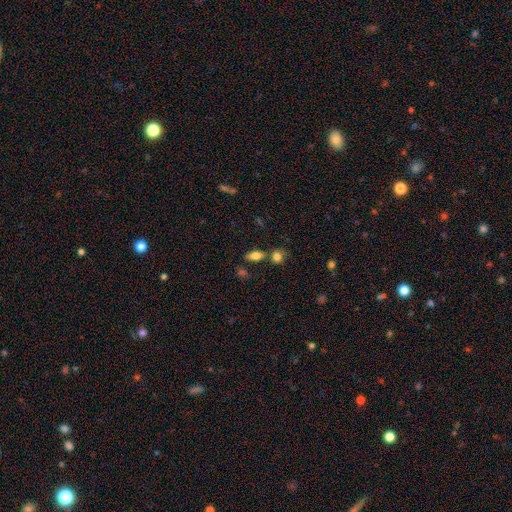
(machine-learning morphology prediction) Overall: smooth (76%). How rounded: in between (81%). Merging: none (69%).